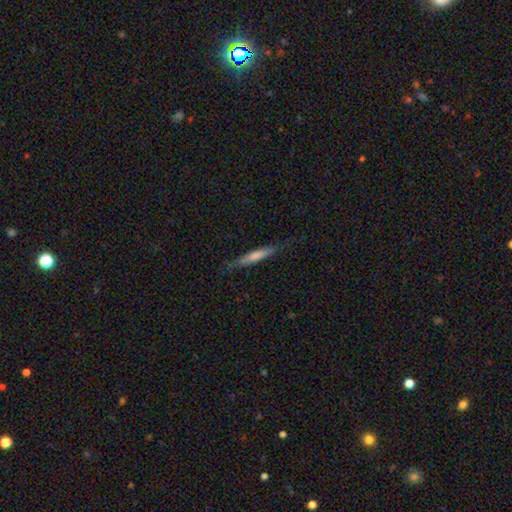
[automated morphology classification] Overall: smooth (67%; featured or disk 28%). How rounded: cigar-shaped (91%). Merging: none (80%).